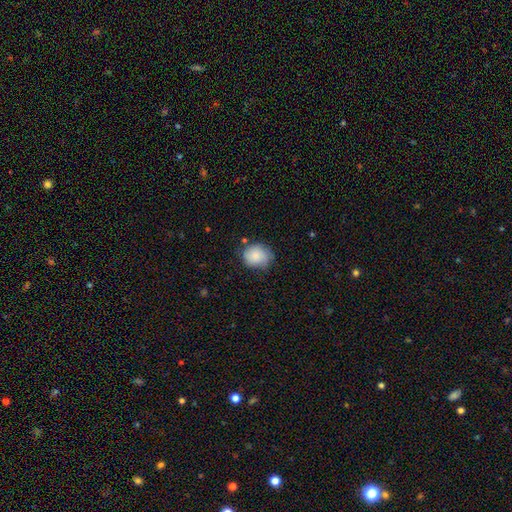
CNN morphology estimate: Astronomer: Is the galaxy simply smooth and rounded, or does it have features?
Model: smooth — 80%.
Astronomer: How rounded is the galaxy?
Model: round — 61% (runner-up: in between, 38%).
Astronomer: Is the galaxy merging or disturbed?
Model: none — 63%.